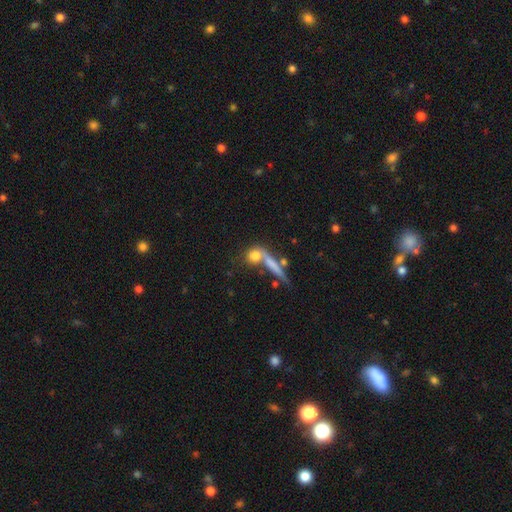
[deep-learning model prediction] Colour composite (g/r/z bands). It shows a smooth galaxy with no disk features (71%) that is round (56%). Merging: none (49%).